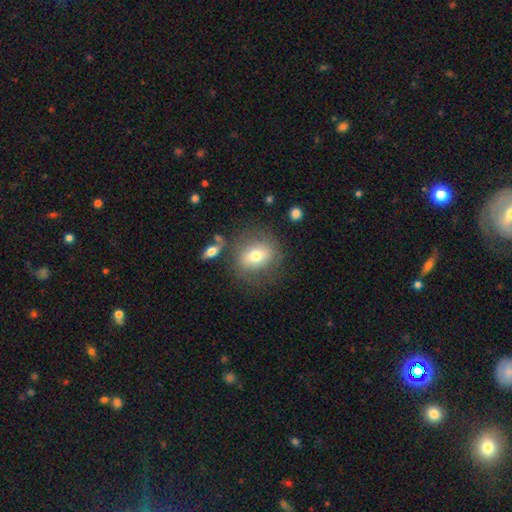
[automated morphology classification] smooth_or_featured: smooth (p=0.67) [alt: featured or disk p=0.24]
how_rounded: round (p=0.56) [alt: in between p=0.42]
merging: none (p=0.71) [alt: minor disturbance p=0.16]